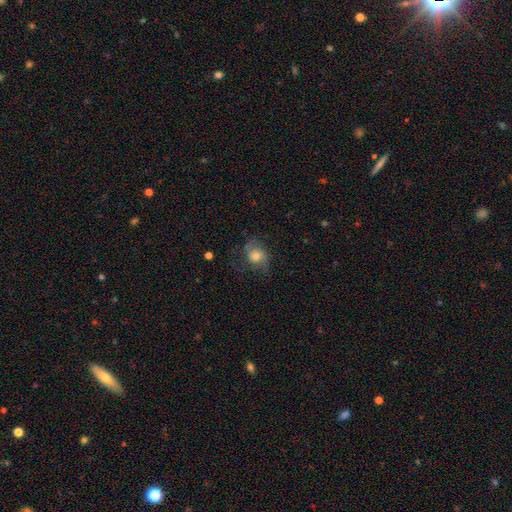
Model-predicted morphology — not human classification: A featured or disk galaxy (57%) with no bar (68%), spiral arms (88%) and a moderate central bulge (51%). Merging: none (61%).